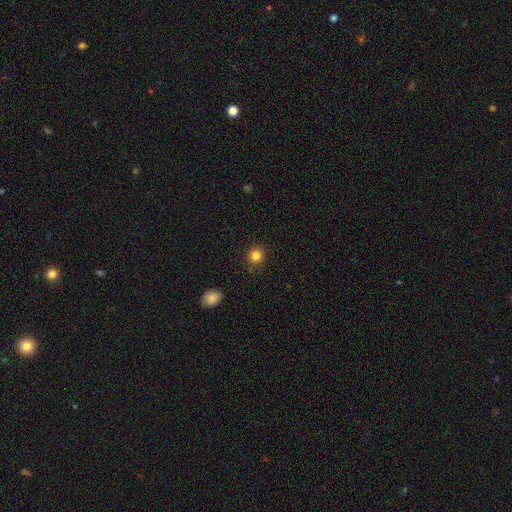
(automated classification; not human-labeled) smooth-or-featured: smooth: 84% | star or artifact: 12% | featured or disk: 4%
  how-rounded: round: 90% | in between: 9% | cigar-shaped: 1%
  merging: none: 89% | minor disturbance: 8% | major disturbance: 2% | merger: 1%